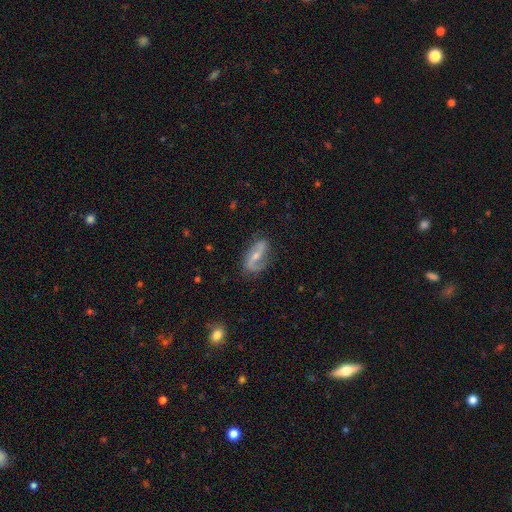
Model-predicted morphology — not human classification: featured or disk 77%, smooth 17%, star or artifact 6%. Down the decision tree: edge-on disk — no (93%); bar — strong (41%); spiral arms — yes (91%); spiral arm count — 2 (82%); spiral winding — loose (58%); bulge size — small (51%); merging — none (73%).